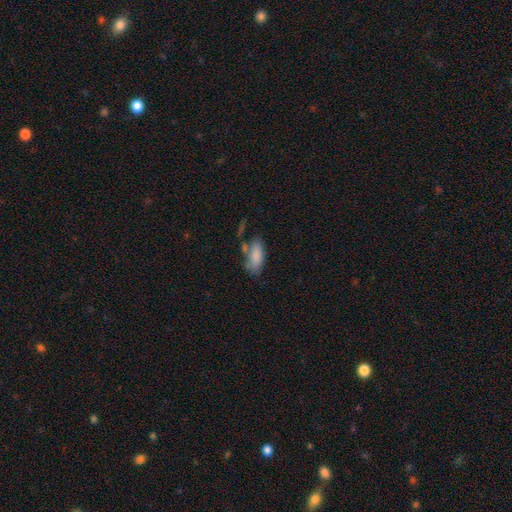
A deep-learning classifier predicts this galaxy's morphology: smooth 83%, featured or disk 10%, star or artifact 7%. Down the decision tree: how rounded — in between (82%); merging — none (53%).